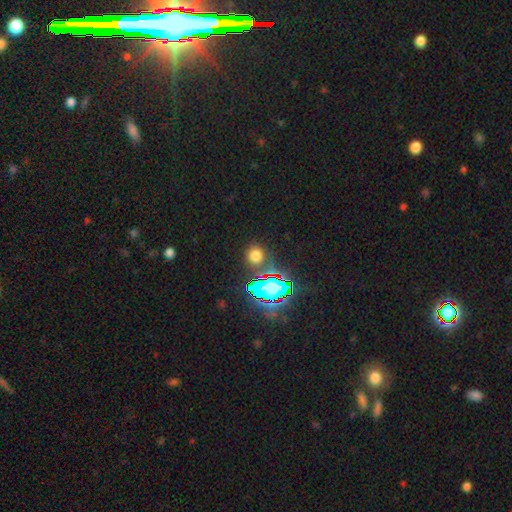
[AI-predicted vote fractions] smooth_or_featured: smooth (p=0.61) [alt: star or artifact p=0.32]
how_rounded: round (p=0.86) [alt: in between p=0.12]
merging: none (p=0.83) [alt: minor disturbance p=0.08]